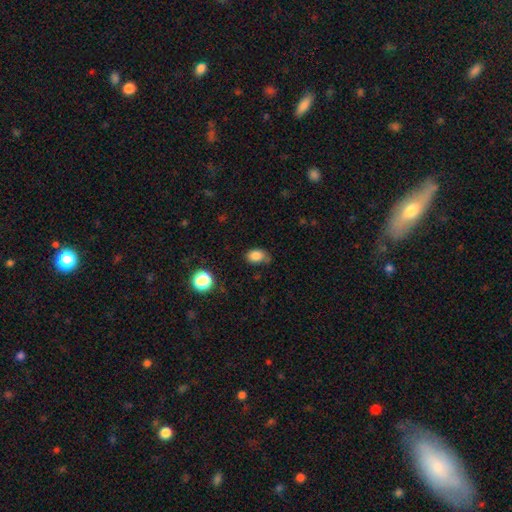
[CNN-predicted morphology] type=smooth (83%); roundness=in between (72%); merging=none (56%).